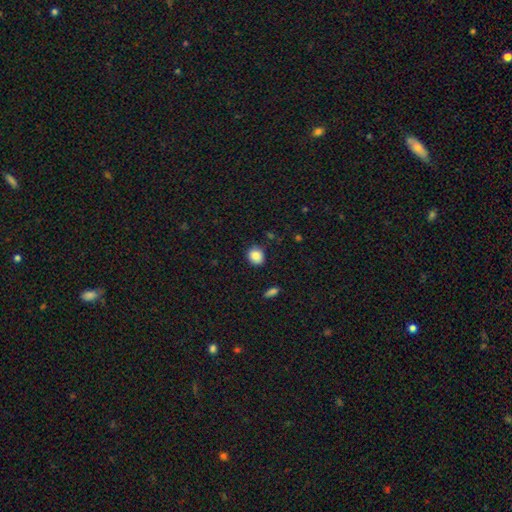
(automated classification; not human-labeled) A smooth galaxy with no disk features (86%) that is round (72%).

Vote fractions:
- Smooth or featured? smooth: 86% / star or artifact: 9% / featured or disk: 5%
- How rounded? round: 72% / in between: 27% / cigar-shaped: 1%
- Merging? none: 84% / minor disturbance: 11% / major disturbance: 3% / merger: 2%